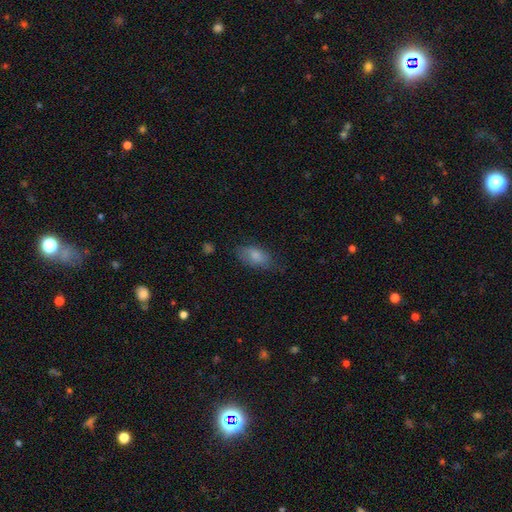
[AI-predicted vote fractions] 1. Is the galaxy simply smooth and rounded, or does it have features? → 80% smooth, 13% featured or disk, 7% star or artifact.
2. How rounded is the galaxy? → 90% in between, 6% cigar-shaped, 4% round.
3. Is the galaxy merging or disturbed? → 63% none, 27% minor disturbance, 9% major disturbance, 2% merger.